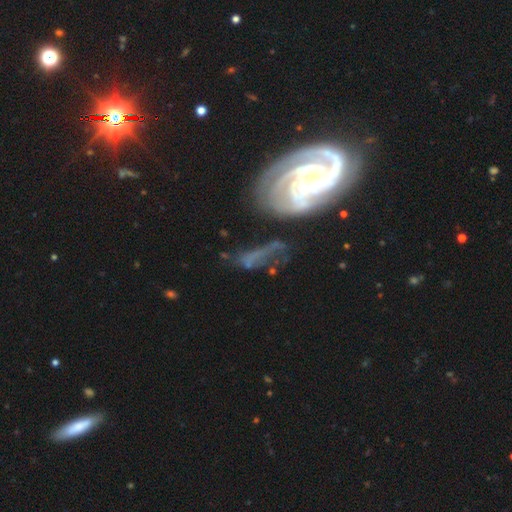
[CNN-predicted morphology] The model was most divided on "spiral arm count" (2-way tie): 2: 24%, can't tell: 24%, 3: 22%, 4: 14%, more than 4: 9%, 1: 8%. Remaining: edge-on disk — no (95%); spiral arms — yes (94%); smooth or featured — featured or disk (78%); bulge size — small (72%); spiral winding — tight (61%); bar — no (61%); merging — none (47%).